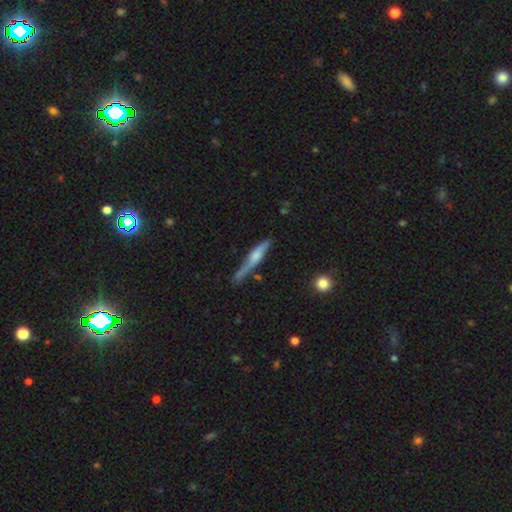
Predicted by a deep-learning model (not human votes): A featured or disk galaxy (64%) viewed edge-on (90%) with a rounded central bulge (68%).

Vote fractions:
- Smooth or featured? featured or disk: 64% / smooth: 29% / star or artifact: 6%
- Edge-on disk? yes: 90% / no: 10%
- Edge-on bulge? rounded: 68% / boxy: 17% / none: 15%
- Merging? none: 64% / minor disturbance: 25% / major disturbance: 7% / merger: 4%